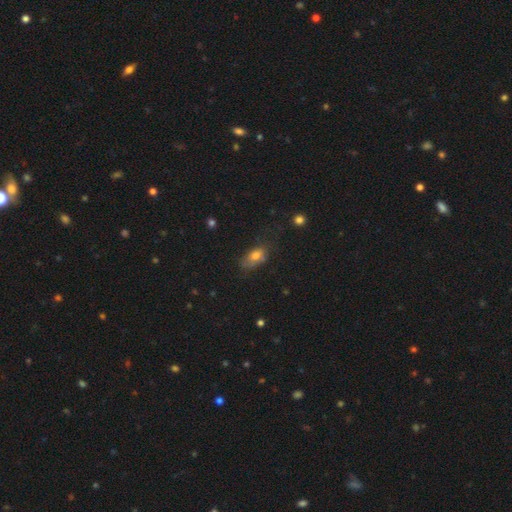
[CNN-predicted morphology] smooth_or_featured: smooth (p=0.72) [alt: featured or disk p=0.18]
how_rounded: in between (p=0.85) [alt: round p=0.09]
merging: none (p=0.47) [alt: minor disturbance p=0.32]